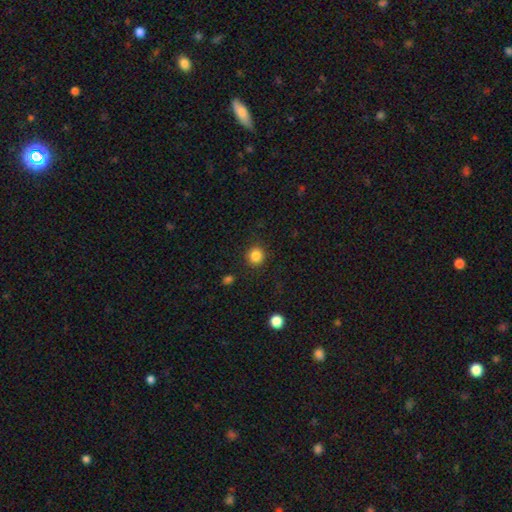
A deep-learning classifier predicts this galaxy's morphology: Smooth or featured: smooth — 85% (star or artifact — 11%)
How rounded: round — 92% (in between — 7%)
Merging: none — 90% (minor disturbance — 6%)